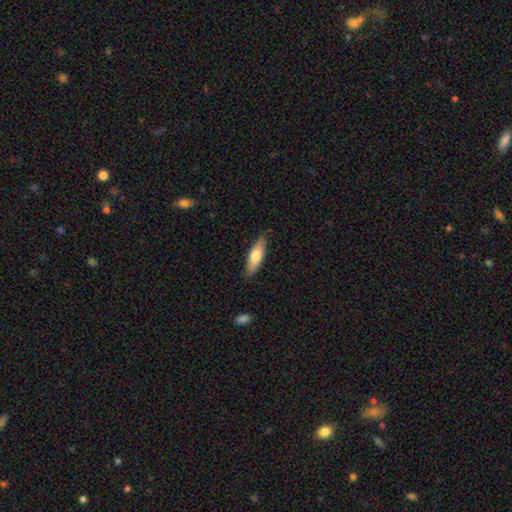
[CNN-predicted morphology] Overall: smooth (67%; featured or disk 28%). How rounded: cigar-shaped (54%; in between 44%). Merging: none (86%).